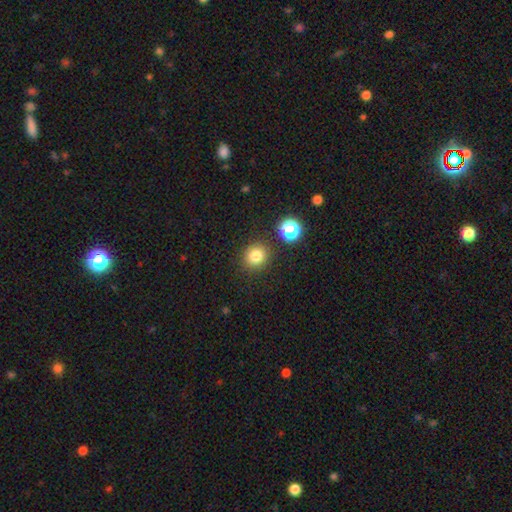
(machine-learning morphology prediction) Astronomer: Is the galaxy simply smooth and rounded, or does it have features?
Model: smooth — 79%.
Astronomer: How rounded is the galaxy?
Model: round — 84%.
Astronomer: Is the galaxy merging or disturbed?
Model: none — 86%.